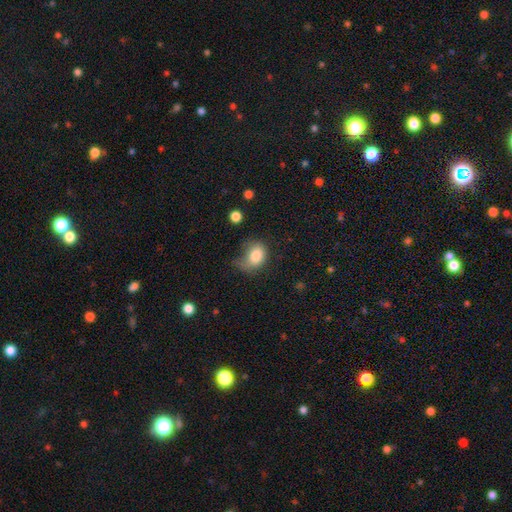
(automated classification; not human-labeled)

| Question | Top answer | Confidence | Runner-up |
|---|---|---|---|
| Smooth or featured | smooth | 81% | featured or disk (10%) |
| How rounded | in between | 68% | round (30%) |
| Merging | minor disturbance | 36% | none (31%) |